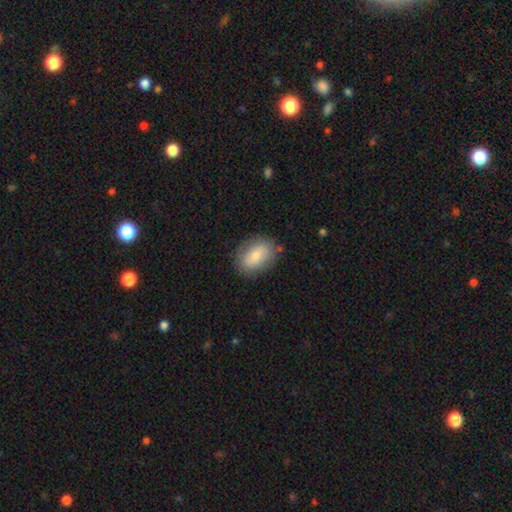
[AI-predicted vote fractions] Smooth or featured? Predicted: smooth (p=0.71). How rounded? Predicted: in between (p=0.80). Merging? Predicted: none (p=0.82).